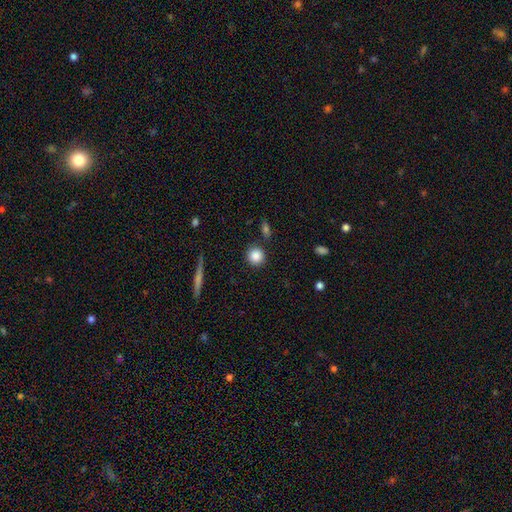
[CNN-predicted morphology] smooth_or_featured: smooth (p=0.86) [alt: star or artifact p=0.09]
how_rounded: round (p=0.91) [alt: in between p=0.07]
merging: none (p=0.86) [alt: minor disturbance p=0.08]